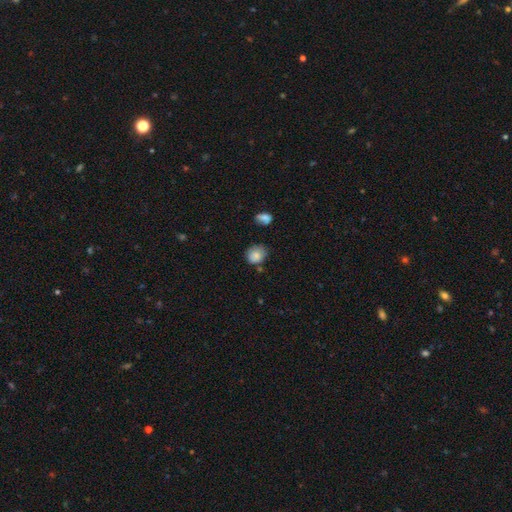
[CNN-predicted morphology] The model was most divided on "merging": none: 62%, minor disturbance: 28%, major disturbance: 6%, merger: 5%. More confident: smooth or featured — smooth (83%); how rounded — round (68%).